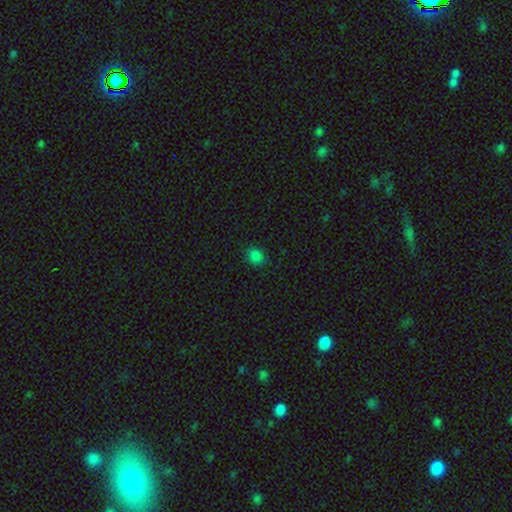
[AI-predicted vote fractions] Morphology: type=smooth (82%); roundness=round (59%); merging=none (86%).